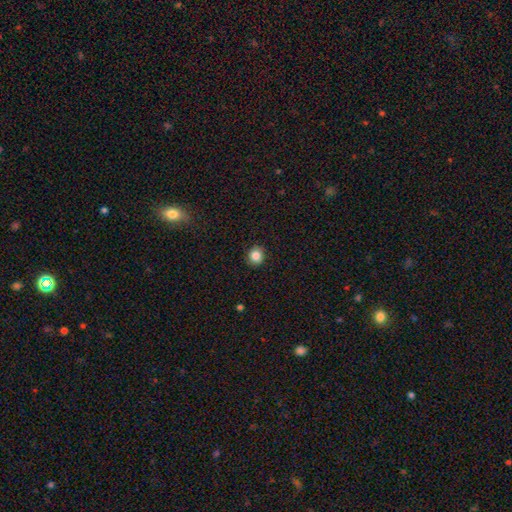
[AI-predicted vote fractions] smooth-or-featured: smooth: 85% | star or artifact: 10% | featured or disk: 5%
  how-rounded: round: 86% | in between: 13% | cigar-shaped: 1%
  merging: none: 90% | minor disturbance: 7% | major disturbance: 2% | merger: 1%